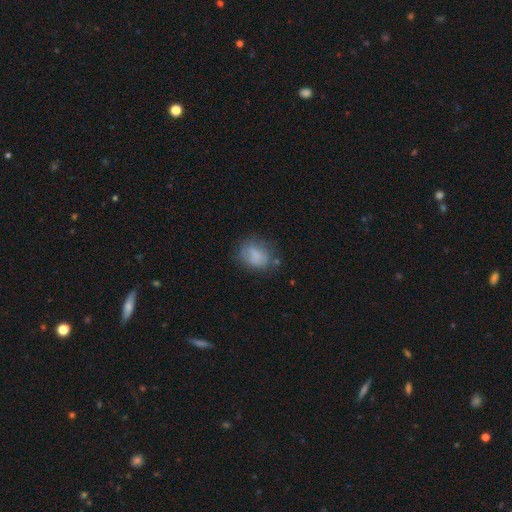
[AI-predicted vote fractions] The model was most divided on "how rounded": in between: 57%, round: 41%, cigar-shaped: 1%. More confident: smooth or featured — smooth (69%); merging — none (55%).